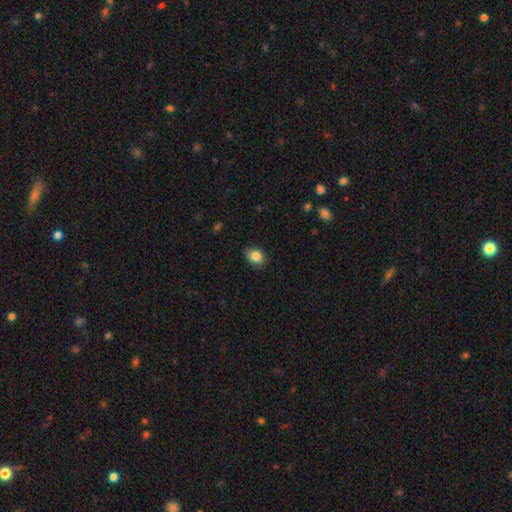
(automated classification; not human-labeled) The model was most divided on "how rounded": in between: 67%, round: 32%, cigar-shaped: 1%. More confident: merging — none (86%); smooth or featured — smooth (85%).